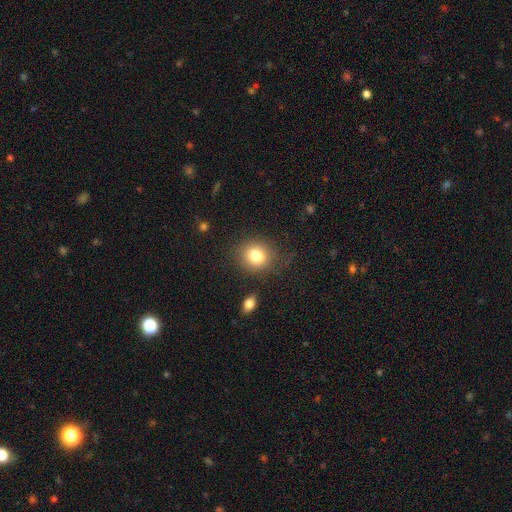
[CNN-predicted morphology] This is clearly a smooth galaxy (81%). How rounded: likely round (66%). Merging: likely none (75%).